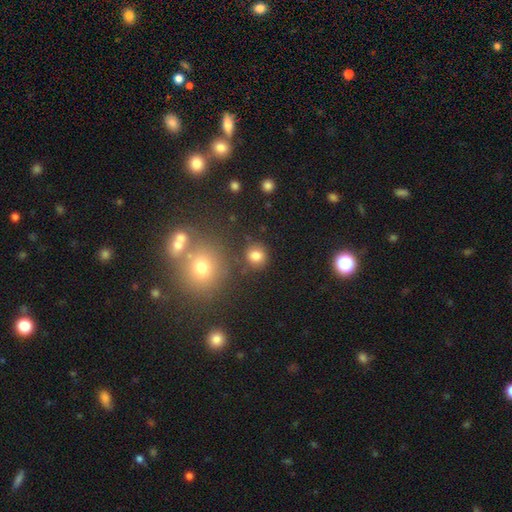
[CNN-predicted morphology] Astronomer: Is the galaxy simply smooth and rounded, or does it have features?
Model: smooth — 80%.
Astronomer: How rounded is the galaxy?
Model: round — 86%.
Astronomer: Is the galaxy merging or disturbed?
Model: none — 82%.